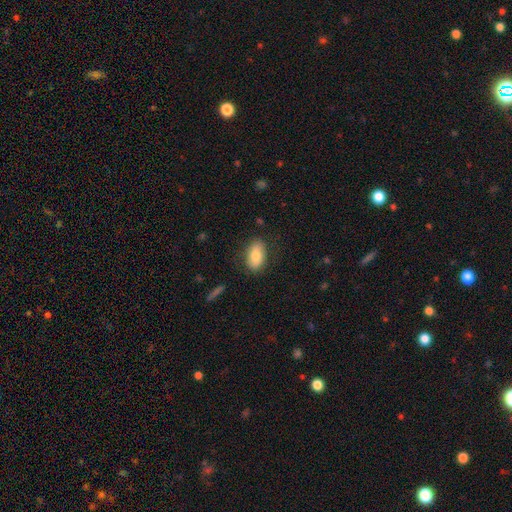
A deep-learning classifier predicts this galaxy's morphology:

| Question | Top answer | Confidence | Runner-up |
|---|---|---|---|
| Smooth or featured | smooth | 79% | featured or disk (14%) |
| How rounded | in between | 90% | round (6%) |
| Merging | none | 81% | minor disturbance (14%) |